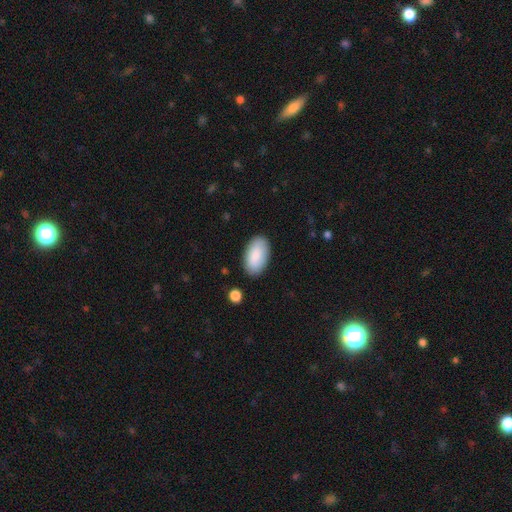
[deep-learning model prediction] smooth-or-featured: smooth: 86% | featured or disk: 8% | star or artifact: 5%
  how-rounded: in between: 96% | round: 2% | cigar-shaped: 2%
  merging: none: 87% | minor disturbance: 9% | major disturbance: 2% | merger: 2%